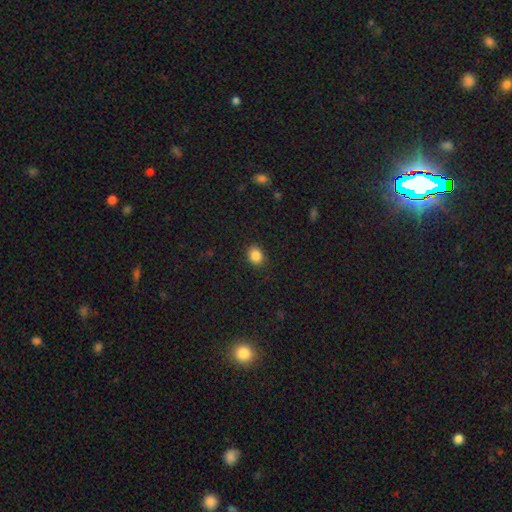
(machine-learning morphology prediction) type=smooth (86%); roundness=round (59%); merging=none (89%).